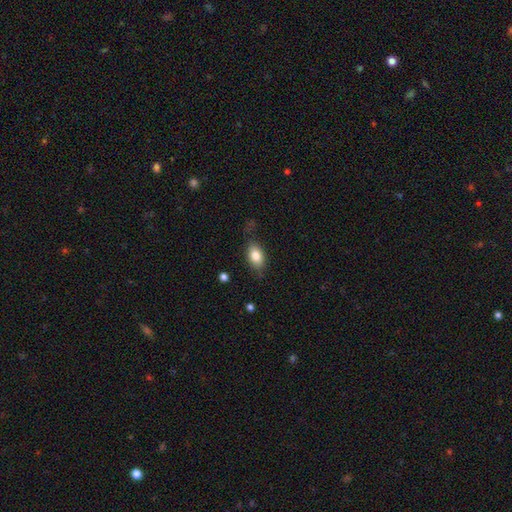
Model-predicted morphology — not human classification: Smooth or featured?
  - smooth: 82% *
  - featured or disk: 10%
  - star or artifact: 8%
How rounded?
  - in between: 88% *
  - round: 9%
  - cigar-shaped: 3%
Merging?
  - none: 74% *
  - minor disturbance: 19%
  - major disturbance: 5%
  - merger: 2%